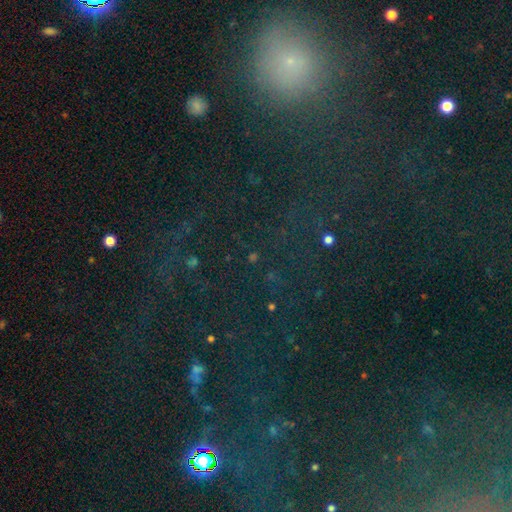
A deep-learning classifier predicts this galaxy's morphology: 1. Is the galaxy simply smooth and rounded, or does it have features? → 76% star or artifact, 15% smooth, 9% featured or disk.